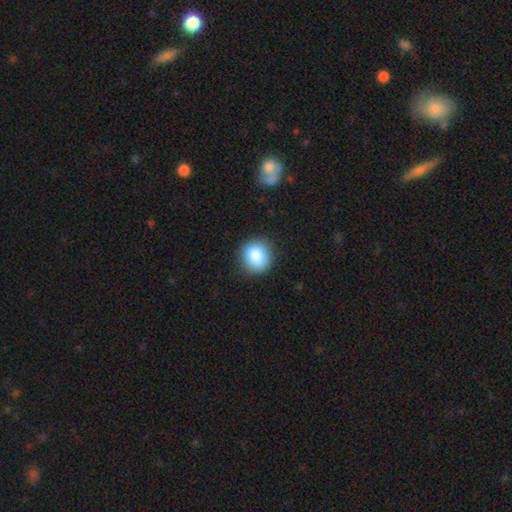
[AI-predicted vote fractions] Morphology: type=smooth (84%); roundness=round (84%); merging=none (88%).